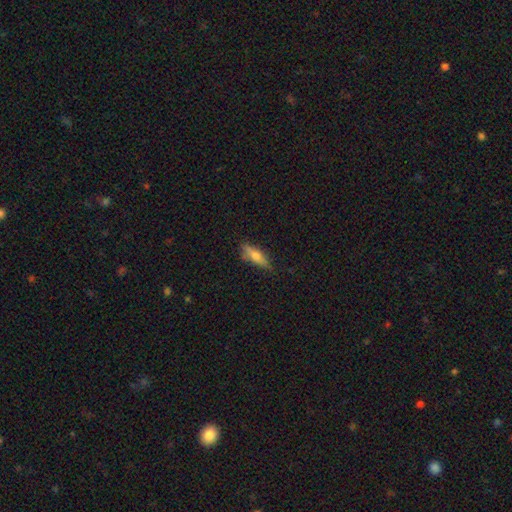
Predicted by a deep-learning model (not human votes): Morphology: type=smooth (53%); roundness=cigar-shaped (60%); merging=none (74%).